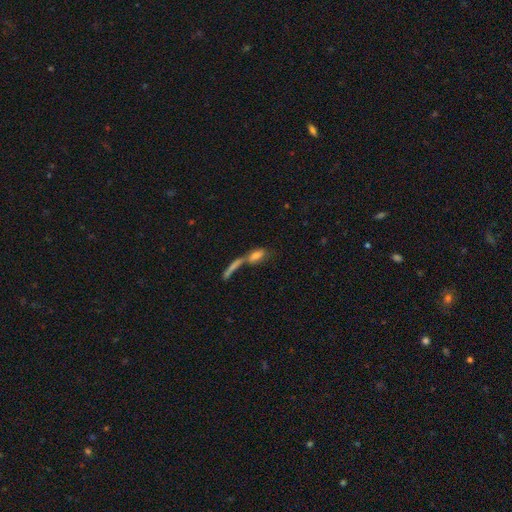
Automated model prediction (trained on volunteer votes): Smooth or featured? smooth (65%)
How rounded? in between (57%)
Merging? merger (55%)